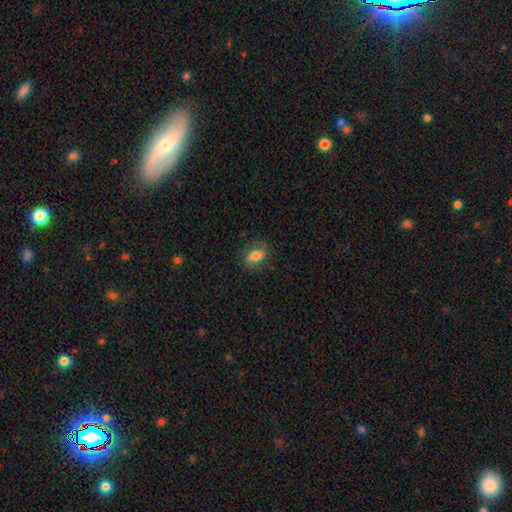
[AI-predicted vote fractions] The model was most divided on "smooth or featured": smooth: 59%, featured or disk: 33%, star or artifact: 8%. More confident: how rounded — in between (79%); merging — none (72%).